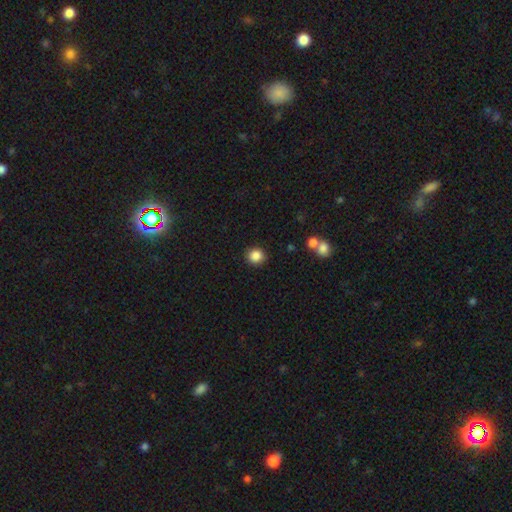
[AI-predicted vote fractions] This is clearly a smooth galaxy (86%). How rounded: clearly round (88%). Merging: clearly none (89%).